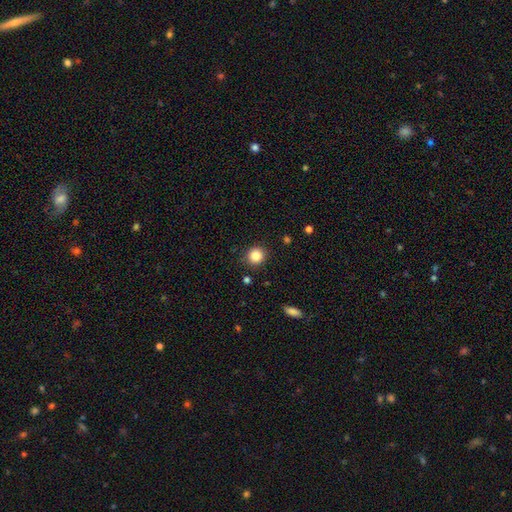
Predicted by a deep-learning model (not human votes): The model was most divided on "smooth or featured": smooth: 85%, star or artifact: 10%, featured or disk: 5%. More confident: how rounded — round (91%); merging — none (89%).